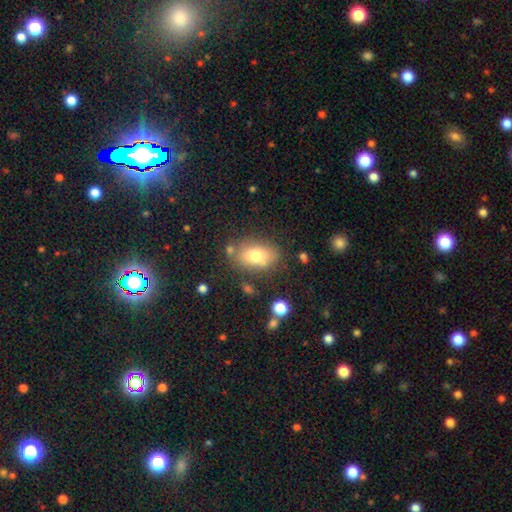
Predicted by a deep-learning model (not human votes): smooth 73%, featured or disk 17%, star or artifact 10%. Down the decision tree: how rounded — in between (81%); merging — none (70%).